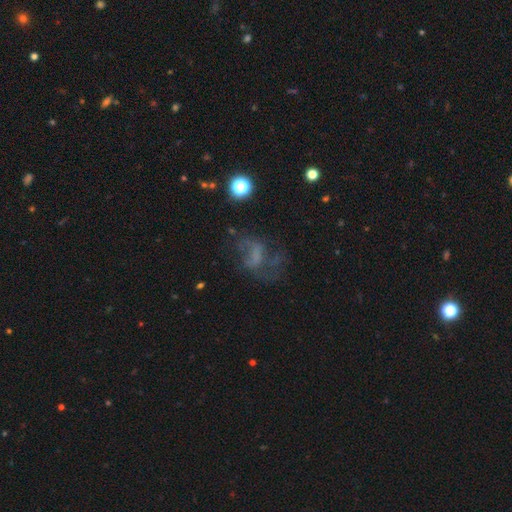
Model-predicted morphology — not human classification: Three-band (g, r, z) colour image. It shows a featured or disk galaxy (46%). Merging: none (43%).